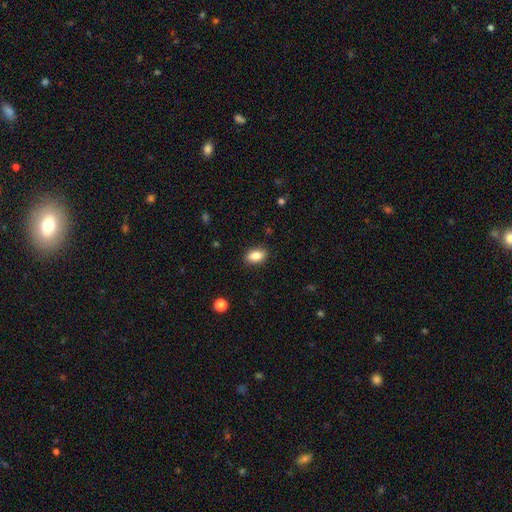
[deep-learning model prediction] Morphology: type=smooth (85%); roundness=in between (87%); merging=none (88%).